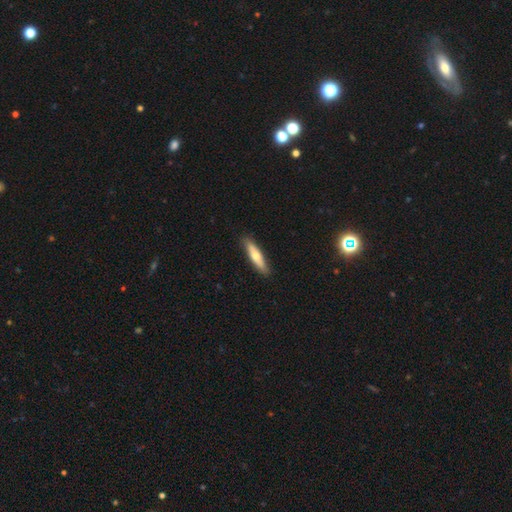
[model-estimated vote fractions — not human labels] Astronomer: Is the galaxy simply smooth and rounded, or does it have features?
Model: smooth — 59% (runner-up: featured or disk, 36%).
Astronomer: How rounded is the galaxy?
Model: cigar-shaped — 77%.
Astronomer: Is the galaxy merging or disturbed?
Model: none — 88%.